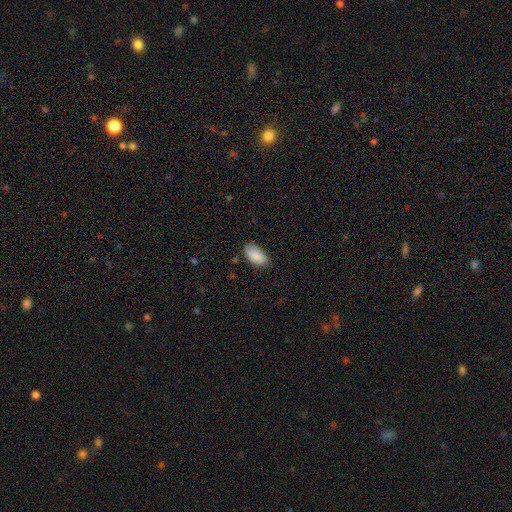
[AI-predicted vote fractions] smooth 89%, star or artifact 6%, featured or disk 5%. Down the decision tree: how rounded — in between (94%); merging — none (78%).